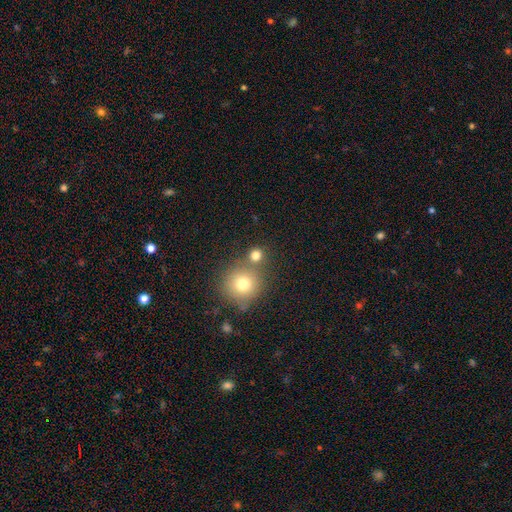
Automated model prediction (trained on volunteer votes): Q: Smooth or featured?
A: smooth (78%); runner-up: star or artifact (14%)
Q: How rounded?
A: round (87%); runner-up: in between (12%)
Q: Merging?
A: none (63%); runner-up: merger (25%)